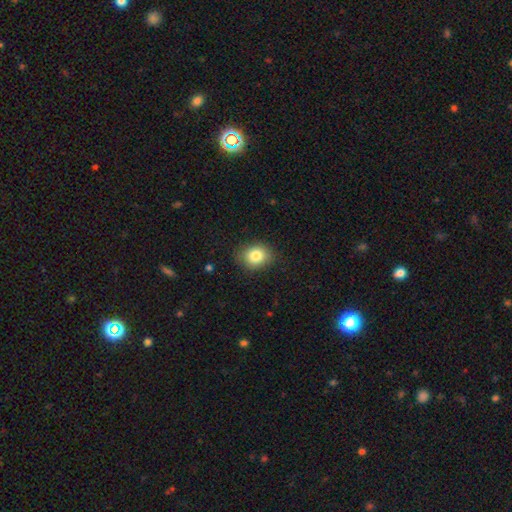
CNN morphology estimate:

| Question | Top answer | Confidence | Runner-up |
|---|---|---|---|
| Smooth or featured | smooth | 83% | star or artifact (10%) |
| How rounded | round | 57% | in between (42%) |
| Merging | none | 85% | minor disturbance (11%) |